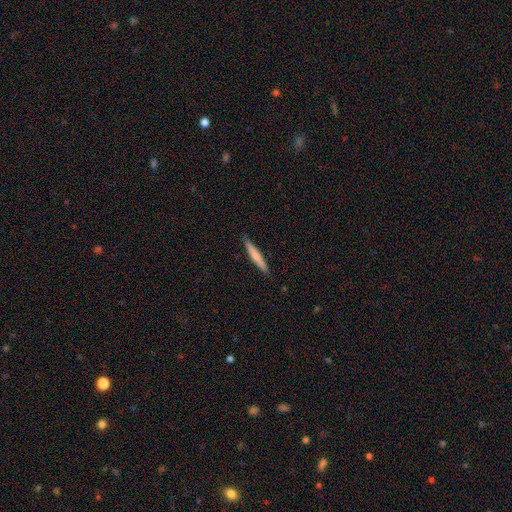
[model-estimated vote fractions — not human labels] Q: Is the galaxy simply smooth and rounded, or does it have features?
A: smooth — 69%.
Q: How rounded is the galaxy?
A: cigar-shaped — 95%.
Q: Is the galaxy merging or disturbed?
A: none — 90%.